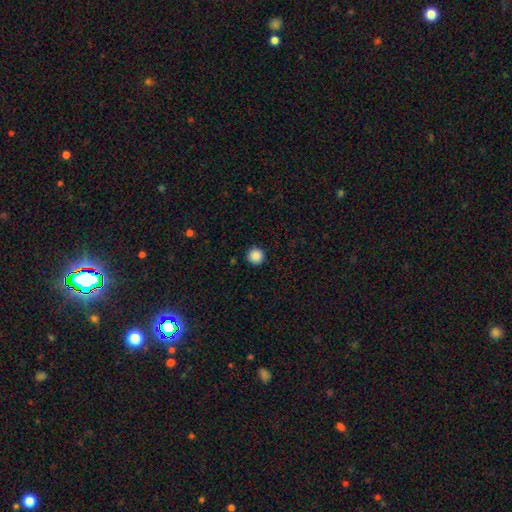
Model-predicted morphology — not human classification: Overall: smooth (88%). How rounded: round (96%). Merging: none (93%).